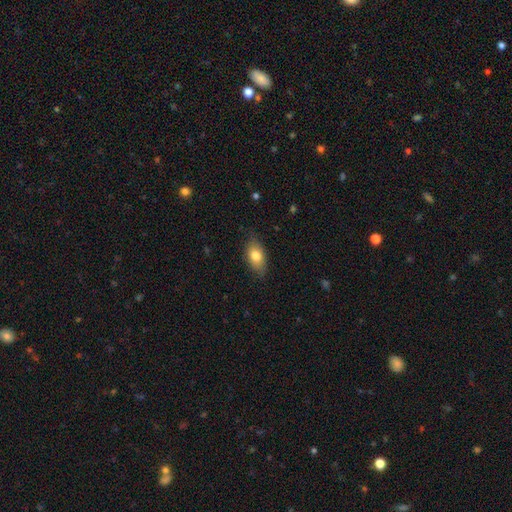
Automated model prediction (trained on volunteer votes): smooth-or-featured: smooth: 78% | featured or disk: 15% | star or artifact: 7%
  how-rounded: in between: 88% | round: 7% | cigar-shaped: 5%
  merging: none: 79% | minor disturbance: 17% | major disturbance: 3% | merger: 1%